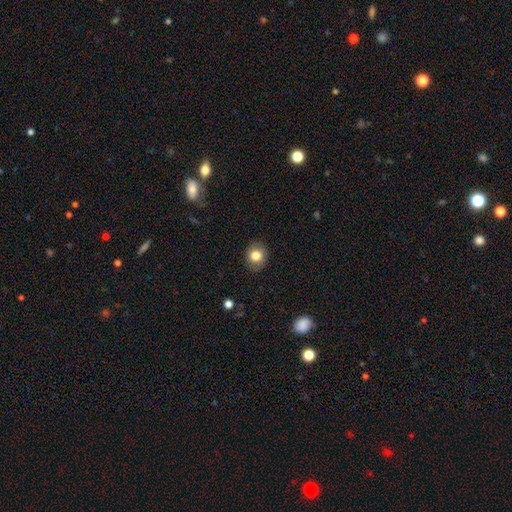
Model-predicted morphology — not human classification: smooth-or-featured: smooth: 81% | featured or disk: 10% | star or artifact: 9%
  how-rounded: round: 63% | in between: 36% | cigar-shaped: 1%
  merging: none: 87% | minor disturbance: 10% | major disturbance: 2% | merger: 1%